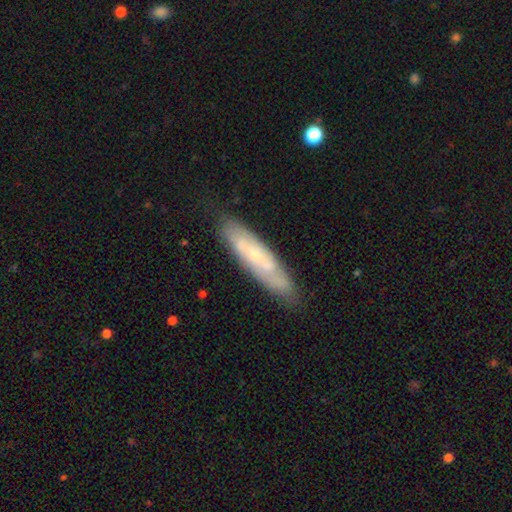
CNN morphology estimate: Smooth or featured? featured or disk (63%)
Edge-on disk? no (67%)
Merging? none (78%)